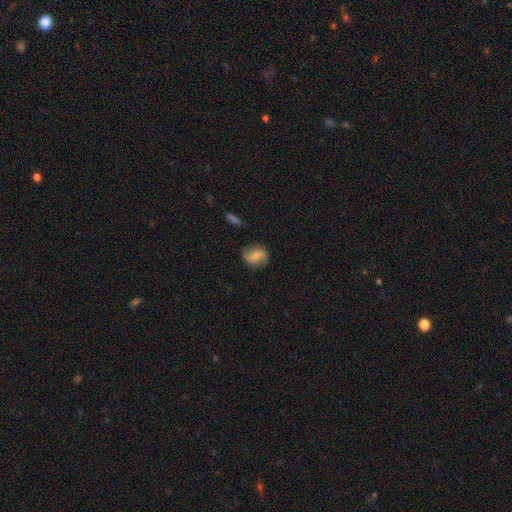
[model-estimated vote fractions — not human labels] This is likely a smooth galaxy (61%). How rounded: possibly in between (51%). Merging: likely none (70%).